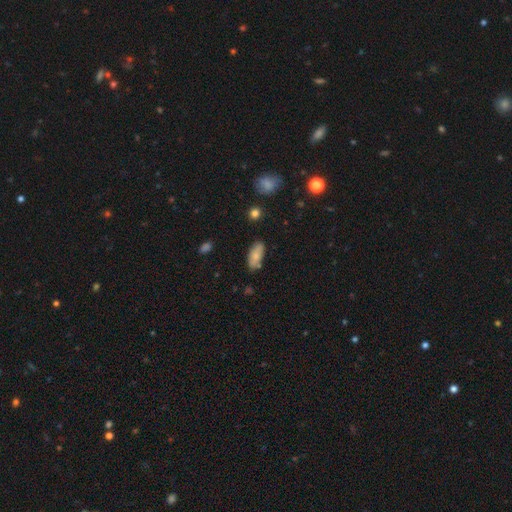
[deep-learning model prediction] smooth 78%, featured or disk 15%, star or artifact 7%. Down the decision tree: how rounded — in between (86%); merging — none (75%).